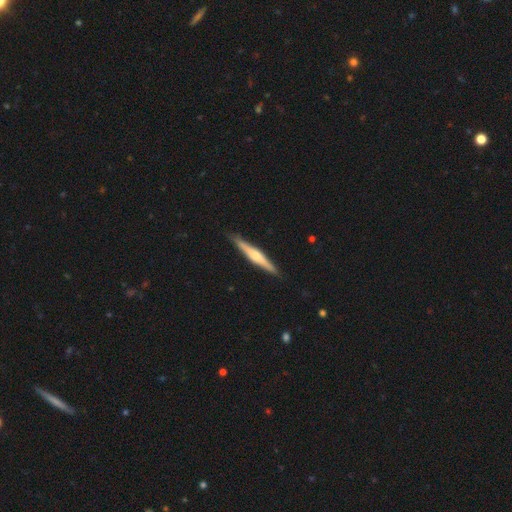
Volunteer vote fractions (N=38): Smooth or featured? featured or disk (63%)
Edge-on disk? yes (96%)
Edge-on bulge? rounded (83%)
Merging? none (89%)